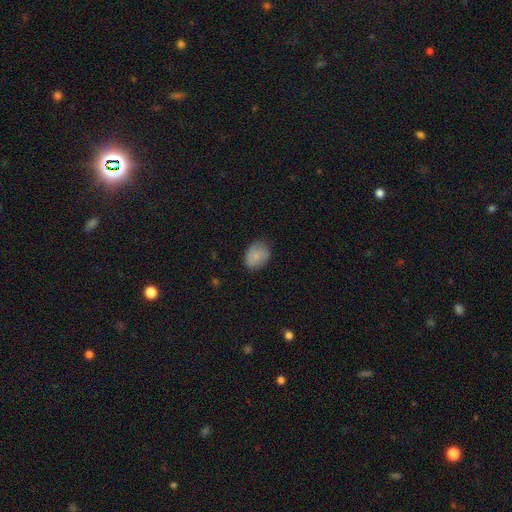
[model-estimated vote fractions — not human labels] This appears to be a smooth galaxy with no disk features (80%) that is in between round and cigar-shaped (64%). Merging: none (74%).